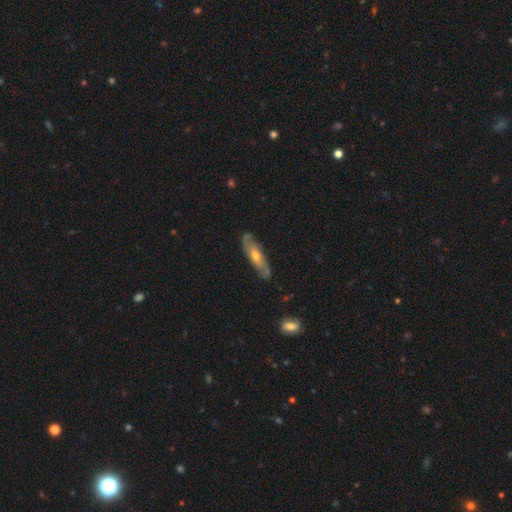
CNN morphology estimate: type=featured or disk (63%); edge-on=no (57%); merging=none (77%).